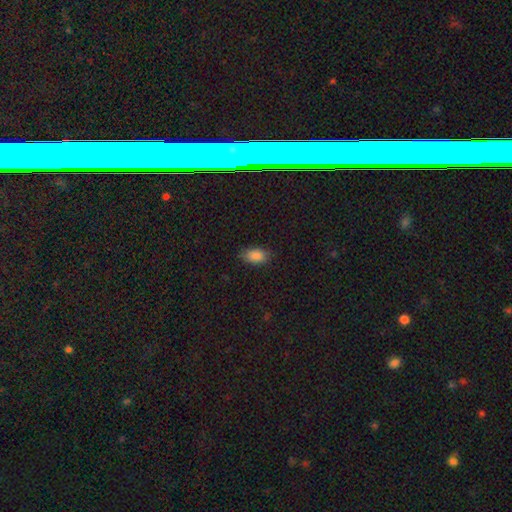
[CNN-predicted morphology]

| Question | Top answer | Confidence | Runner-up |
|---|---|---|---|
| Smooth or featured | smooth | 87% | star or artifact (9%) |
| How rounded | in between | 90% | round (7%) |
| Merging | none | 80% | minor disturbance (16%) |